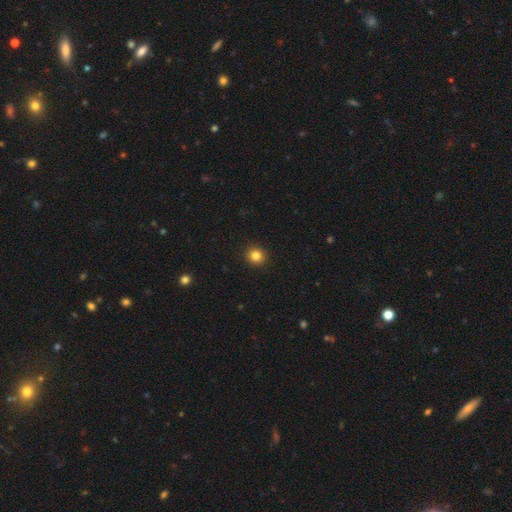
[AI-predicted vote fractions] Smooth or featured? Predicted: smooth (p=0.83). How rounded? Predicted: round (p=0.90). Merging? Predicted: none (p=0.93).